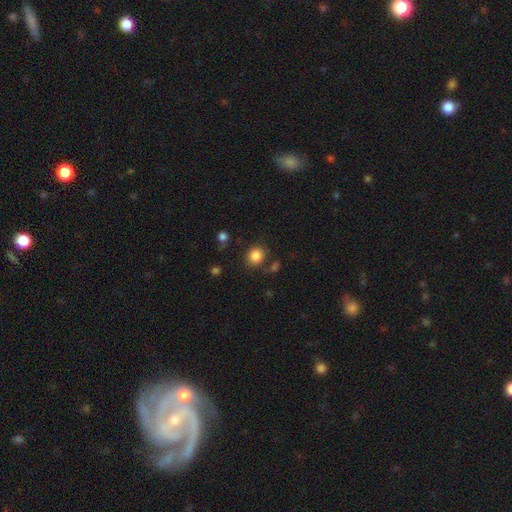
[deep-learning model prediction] Smooth or featured: smooth — 85% (star or artifact — 10%)
How rounded: round — 77% (in between — 22%)
Merging: none — 78% (minor disturbance — 11%)